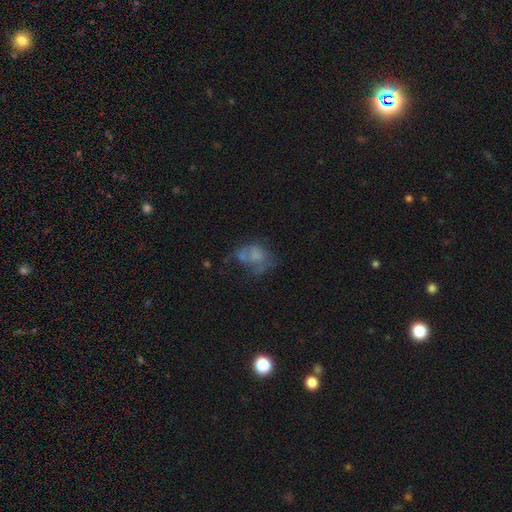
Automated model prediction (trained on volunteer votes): This appears to be a smooth galaxy with no disk features (46%). Merging: major disturbance (34%).